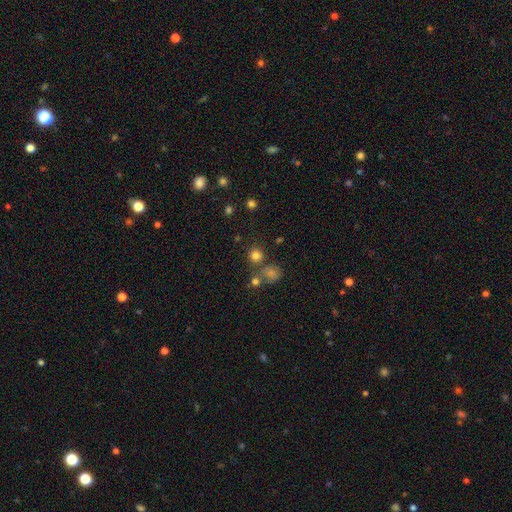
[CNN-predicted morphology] type=smooth (78%); roundness=round (88%); merging=none (70%).